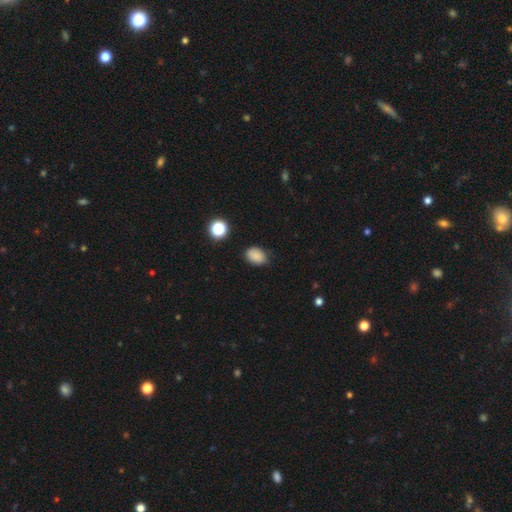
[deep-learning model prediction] This is clearly a smooth galaxy (85%). How rounded: likely in between (77%). Merging: likely none (77%).